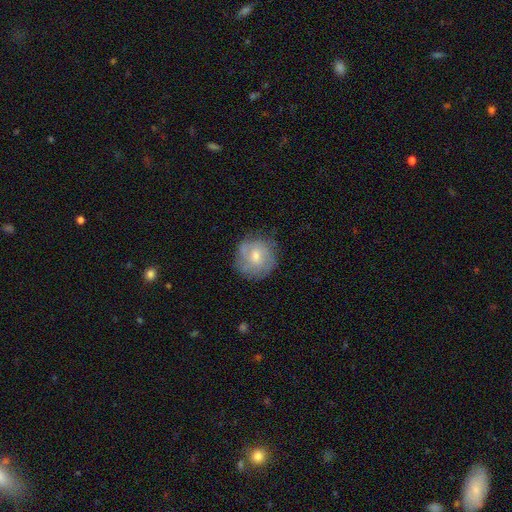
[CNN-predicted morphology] Smooth or featured? Predicted: featured or disk (p=0.52). Edge-on disk? Predicted: no (p=0.97). Bar? Predicted: no (p=0.59). Spiral arms? Predicted: yes (p=0.75). Bulge size? Predicted: moderate (p=0.55). Merging? Predicted: none (p=0.76).